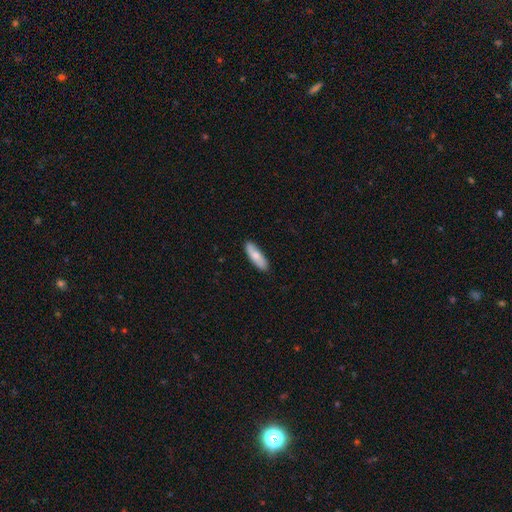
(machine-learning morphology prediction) Smooth or featured: smooth — 72% (featured or disk — 23%)
How rounded: in between — 49% (tied with cigar-shaped — 49%)
Merging: none — 86% (minor disturbance — 11%)